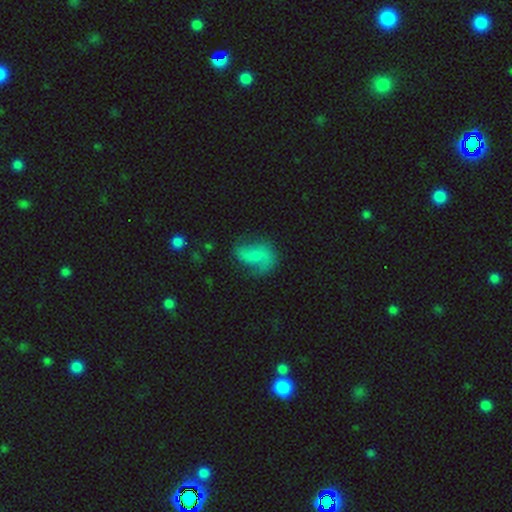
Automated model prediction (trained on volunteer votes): This appears to be a featured or disk galaxy (56%) with no bar (56%), spiral arms (86%) and a small central bulge (43%). Merging: none (51%).